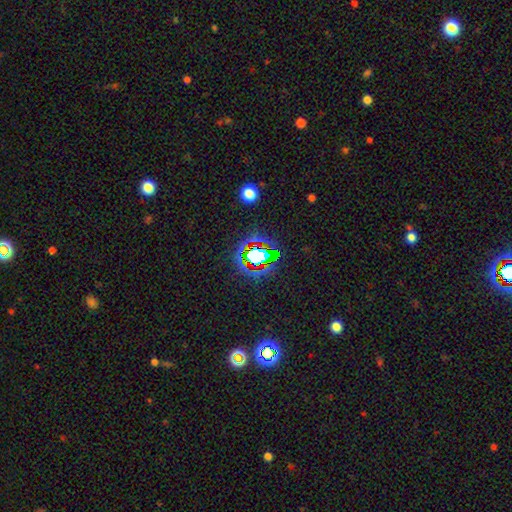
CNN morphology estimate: Smooth or featured? Predicted: star or artifact (p=0.59).